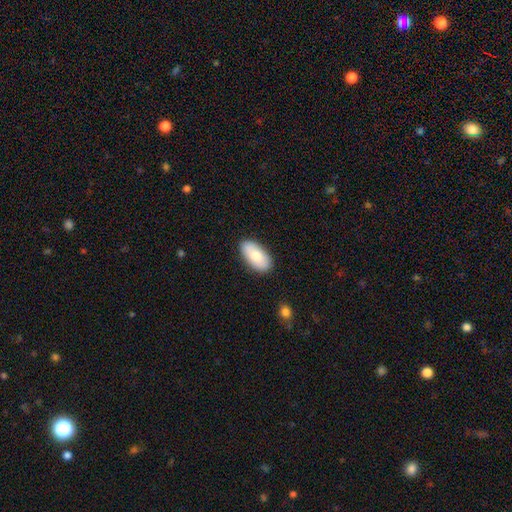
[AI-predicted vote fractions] smooth_or_featured: smooth (p=0.78) [alt: featured or disk p=0.16]
how_rounded: in between (p=0.94) [alt: cigar-shaped p=0.03]
merging: none (p=0.87) [alt: minor disturbance p=0.09]